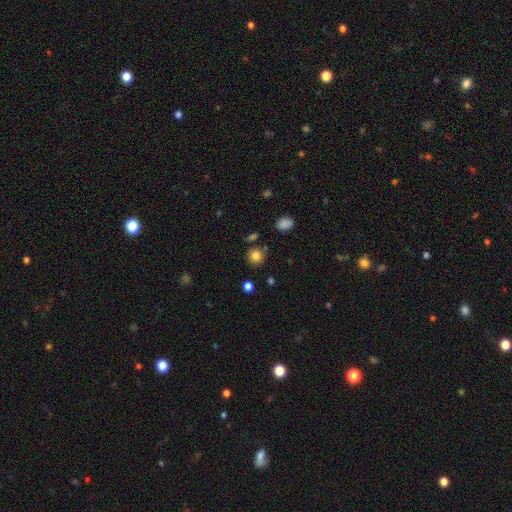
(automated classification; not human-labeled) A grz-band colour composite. It shows a smooth galaxy with no disk features (82%) that is round (91%). Merging: none (85%).